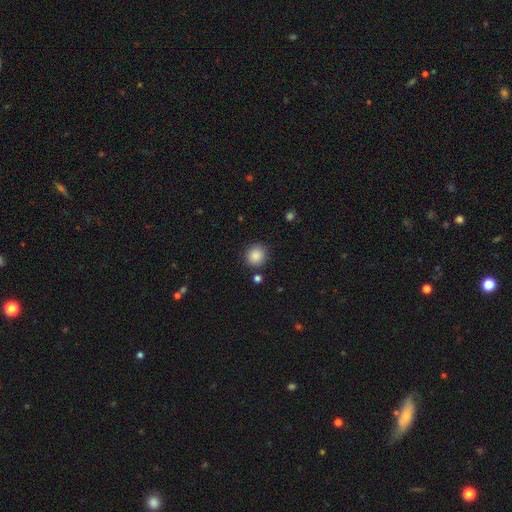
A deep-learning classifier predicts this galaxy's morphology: Smooth or featured? smooth (87%)
How rounded? round (88%)
Merging? none (86%)